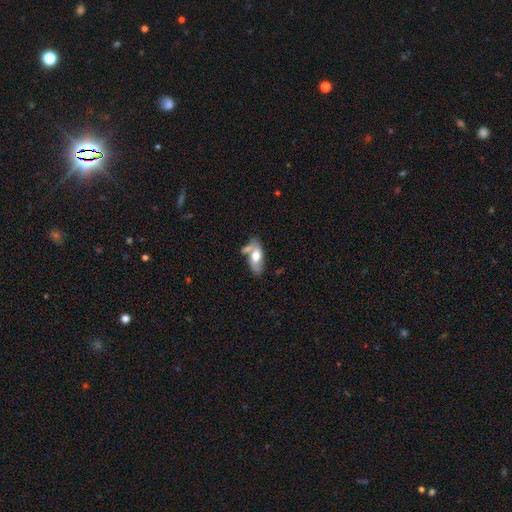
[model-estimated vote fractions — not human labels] Q: Smooth or featured?
A: smooth (57%); runner-up: featured or disk (37%)
Q: How rounded?
A: in between (87%); runner-up: cigar-shaped (9%)
Q: Merging?
A: none (48%); runner-up: merger (26%)